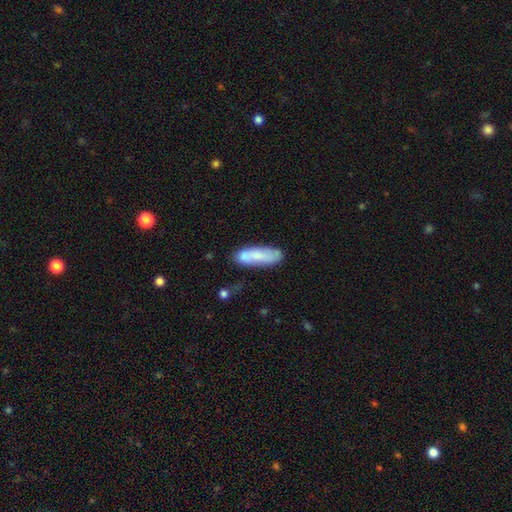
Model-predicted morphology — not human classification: smooth 67%, featured or disk 27%, star or artifact 7%. Down the decision tree: how rounded — cigar-shaped (50%); merging — none (71%).